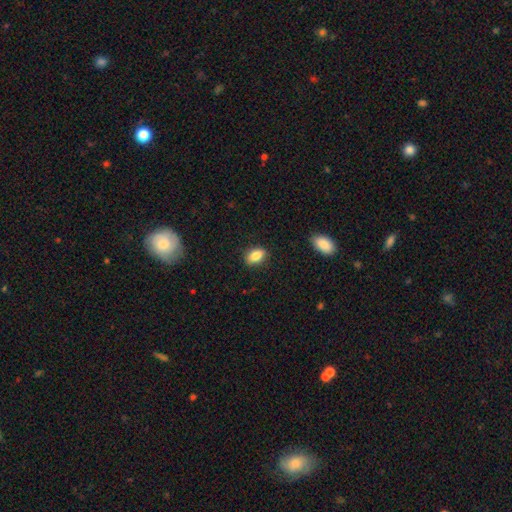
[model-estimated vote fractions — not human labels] Smooth or featured: smooth — 85% (star or artifact — 8%)
How rounded: in between — 84% (round — 13%)
Merging: none — 86% (minor disturbance — 11%)